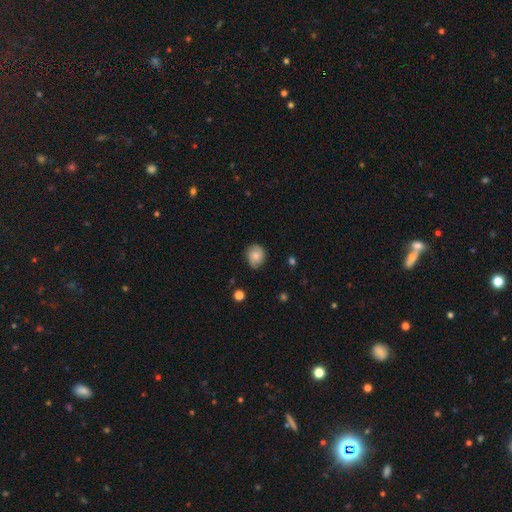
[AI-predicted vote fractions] Overall: smooth (61%; featured or disk 30%). How rounded: round (71%). Merging: none (71%).